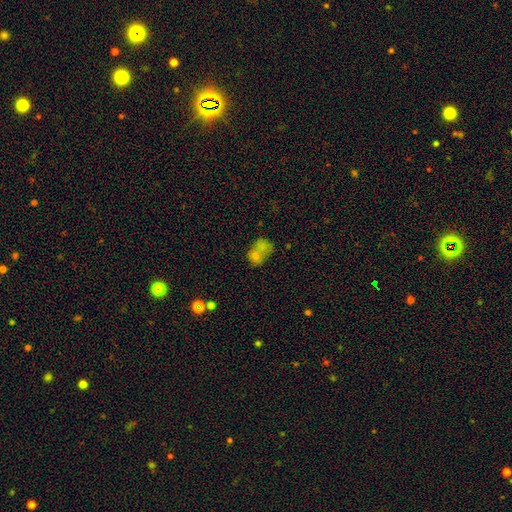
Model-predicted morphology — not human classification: Smooth or featured? Predicted: smooth (p=0.68). How rounded? Predicted: in between (p=0.57). Merging? Predicted: merger (p=0.43).